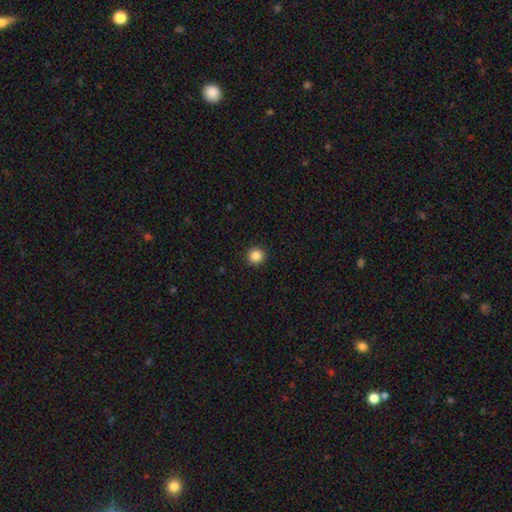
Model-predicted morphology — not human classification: Smooth or featured: smooth — 86% (star or artifact — 11%)
How rounded: round — 95% (in between — 4%)
Merging: none — 93% (minor disturbance — 4%)